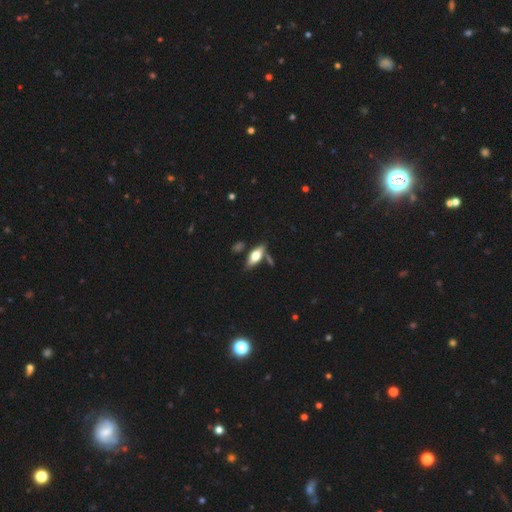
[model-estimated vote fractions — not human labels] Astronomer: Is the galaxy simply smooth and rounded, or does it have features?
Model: smooth — 53% (runner-up: featured or disk, 40%).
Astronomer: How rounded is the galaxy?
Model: in between — 66%.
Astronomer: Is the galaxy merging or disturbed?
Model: none — 70%.